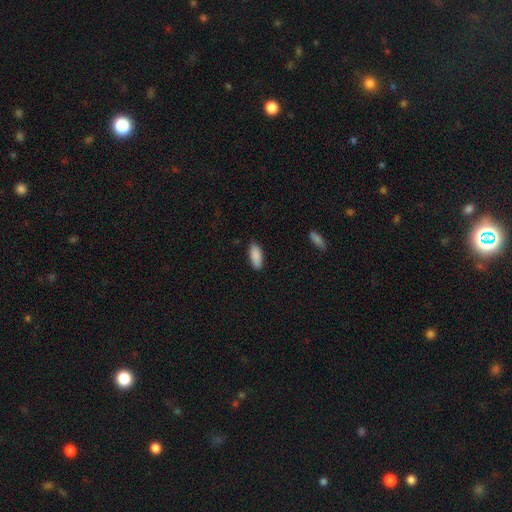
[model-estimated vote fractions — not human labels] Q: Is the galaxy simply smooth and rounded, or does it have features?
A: smooth — 89%.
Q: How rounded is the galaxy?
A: in between — 85%.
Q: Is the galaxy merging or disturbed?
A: none — 84%.